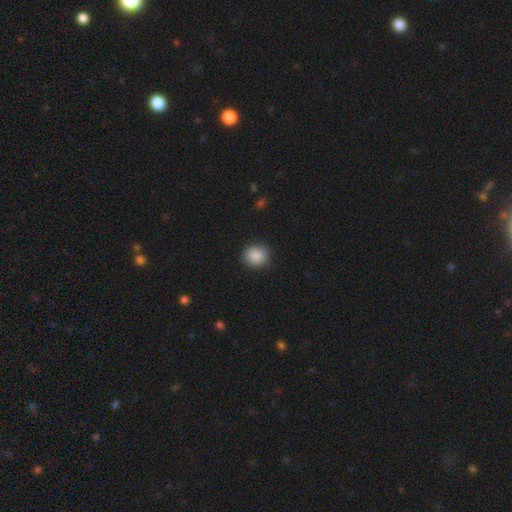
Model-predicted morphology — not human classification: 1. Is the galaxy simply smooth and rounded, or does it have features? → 89% smooth, 8% star or artifact, 4% featured or disk.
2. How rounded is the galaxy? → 79% round, 20% in between, 1% cigar-shaped.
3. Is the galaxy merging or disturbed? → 85% none, 11% minor disturbance, 3% major disturbance, 1% merger.